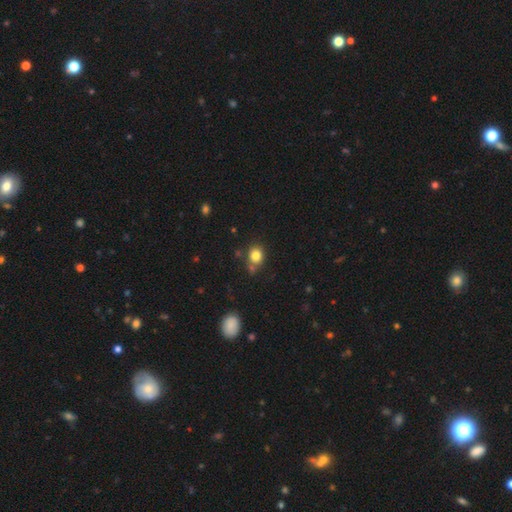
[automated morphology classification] Smooth or featured? smooth (81%)
How rounded? round (64%)
Merging? none (68%)